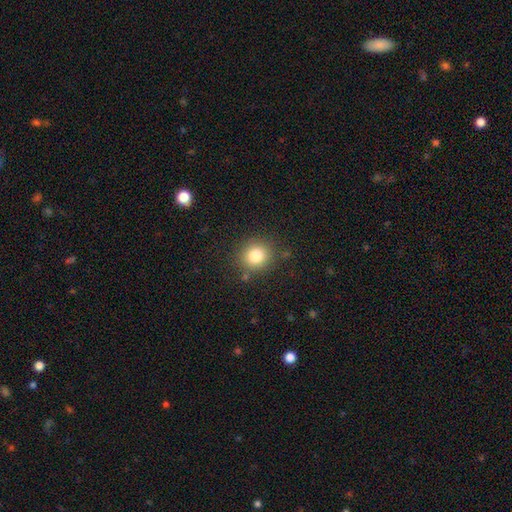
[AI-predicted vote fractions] Morphology: type=smooth (82%); roundness=round (85%); merging=none (84%).